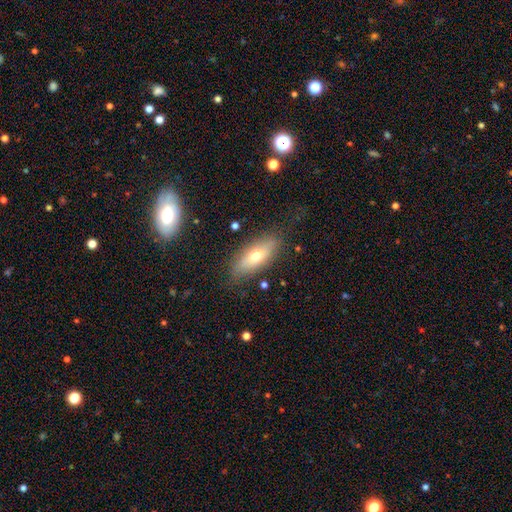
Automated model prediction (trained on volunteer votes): Smooth or featured: smooth — 60% (featured or disk — 33%)
How rounded: in between — 69% (cigar-shaped — 27%)
Merging: none — 79% (minor disturbance — 15%)